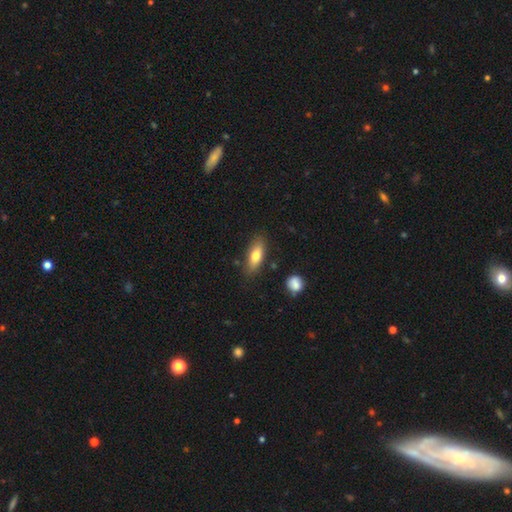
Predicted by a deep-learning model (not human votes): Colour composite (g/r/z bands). It shows a smooth galaxy with no disk features (74%) that is in between round and cigar-shaped (71%). Merging: none (81%).